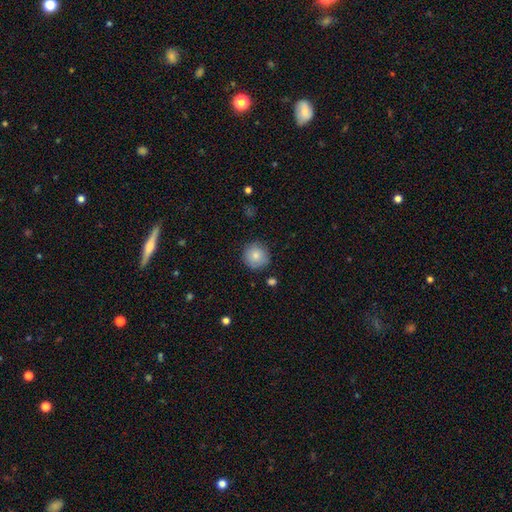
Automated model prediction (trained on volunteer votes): Smooth or featured: smooth — 83% (featured or disk — 9%)
How rounded: round — 94% (in between — 5%)
Merging: none — 87% (minor disturbance — 9%)